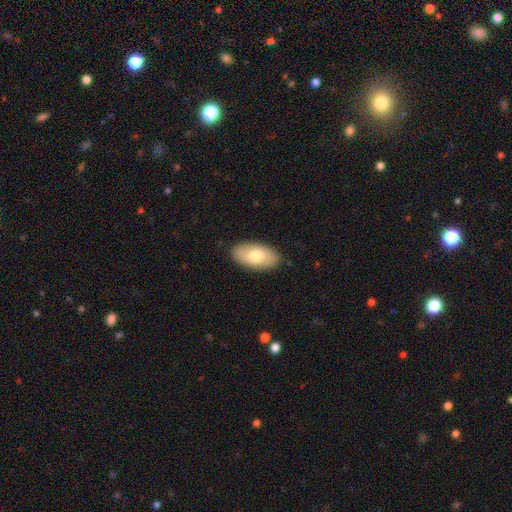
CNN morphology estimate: Q: Smooth or featured?
A: smooth (73%); runner-up: featured or disk (22%)
Q: How rounded?
A: in between (94%); runner-up: round (3%)
Q: Merging?
A: none (88%); runner-up: minor disturbance (9%)